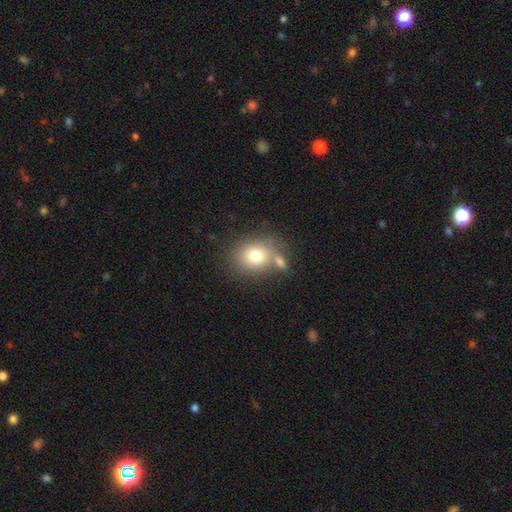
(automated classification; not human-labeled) Smooth or featured? smooth (76%)
How rounded? round (58%)
Merging? none (55%)